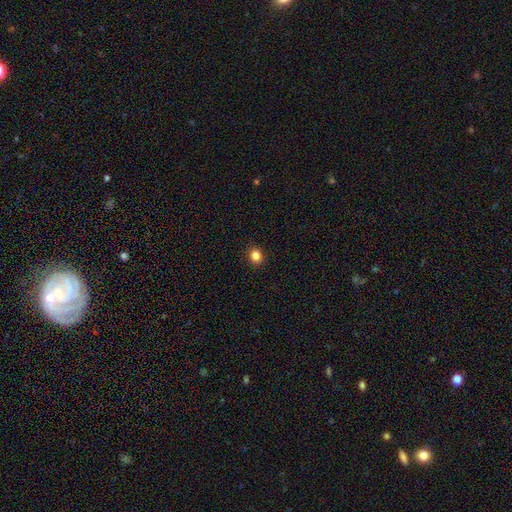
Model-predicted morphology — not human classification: Smooth or featured? Predicted: smooth (p=0.85). How rounded? Predicted: round (p=0.73). Merging? Predicted: none (p=0.92).